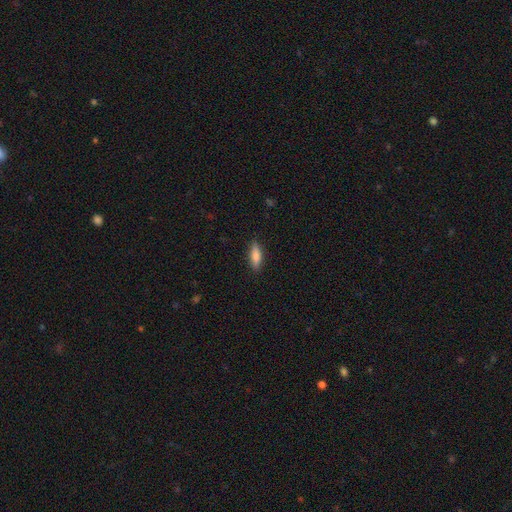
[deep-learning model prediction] The model was most divided on "how rounded": in between: 53%, cigar-shaped: 44%, round: 2%. More confident: merging — none (87%); smooth or featured — smooth (78%).